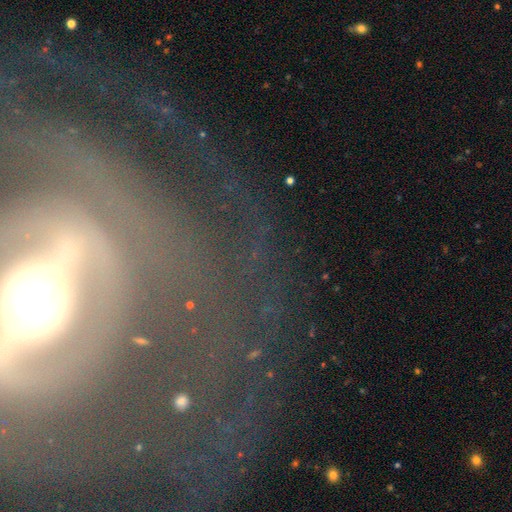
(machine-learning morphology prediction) This appears to be a featured or disk galaxy (78%) with a strong bar (46%), spiral arms (68%) and a moderate central bulge (47%). Merging: none (69%).